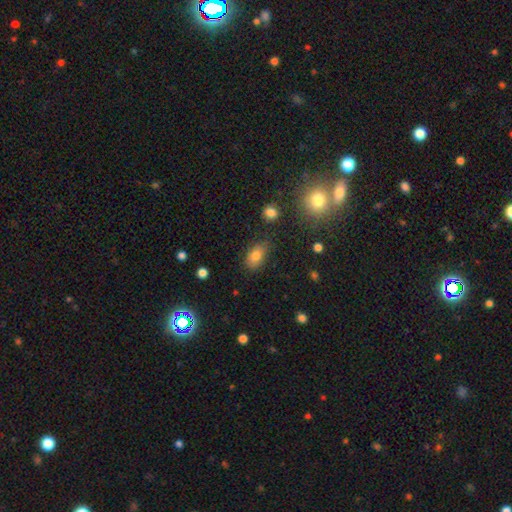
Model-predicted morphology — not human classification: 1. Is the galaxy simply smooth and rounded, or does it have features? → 79% smooth, 11% star or artifact, 10% featured or disk.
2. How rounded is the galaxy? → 87% in between, 10% round, 3% cigar-shaped.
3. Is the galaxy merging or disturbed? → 71% none, 21% minor disturbance, 5% major disturbance, 3% merger.